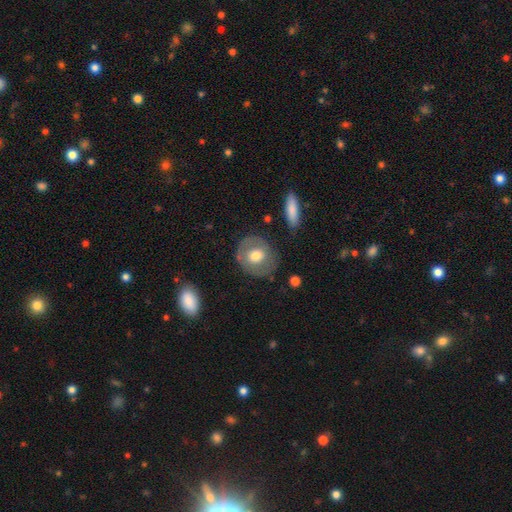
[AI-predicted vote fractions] smooth_or_featured: smooth (p=0.57) [alt: featured or disk p=0.37]
how_rounded: round (p=0.80) [alt: in between p=0.19]
merging: none (p=0.79) [alt: minor disturbance p=0.14]